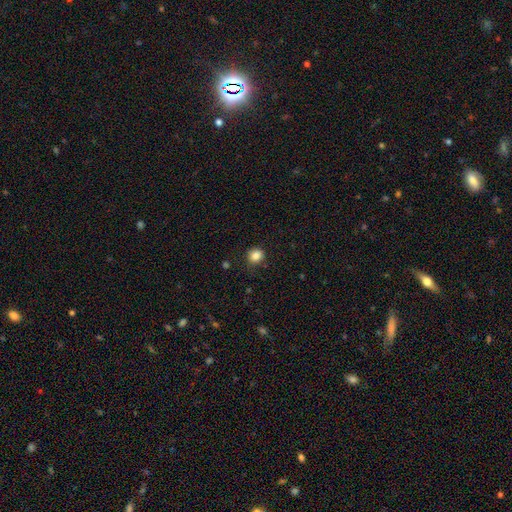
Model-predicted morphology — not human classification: type=smooth (85%); roundness=round (78%); merging=none (82%).